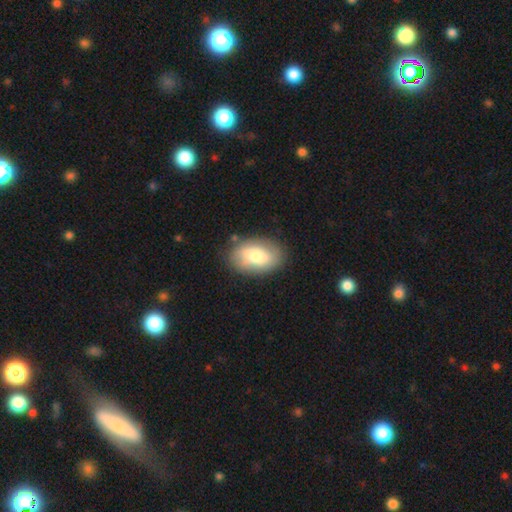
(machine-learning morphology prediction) Smooth or featured? Predicted: smooth (p=0.70). How rounded? Predicted: in between (p=0.90). Merging? Predicted: none (p=0.81).